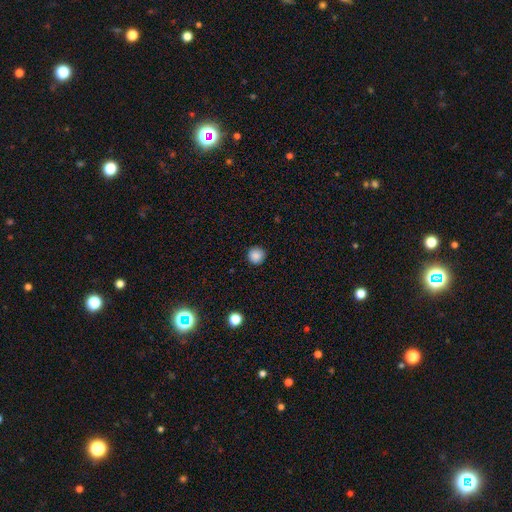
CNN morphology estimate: This is clearly a smooth galaxy (86%). How rounded: clearly round (96%). Merging: clearly none (92%).